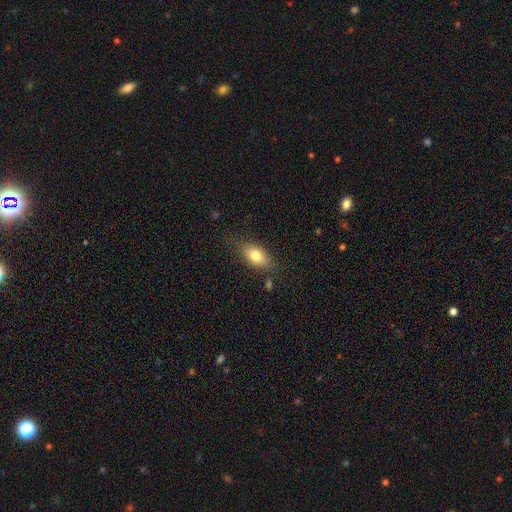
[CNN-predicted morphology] A smooth galaxy with no disk features (74%) that is in between round and cigar-shaped (83%).

Vote fractions:
- Smooth or featured? smooth: 74% / featured or disk: 17% / star or artifact: 8%
- How rounded? in between: 83% / round: 9% / cigar-shaped: 8%
- Merging? none: 73% / minor disturbance: 20% / major disturbance: 6% / merger: 2%